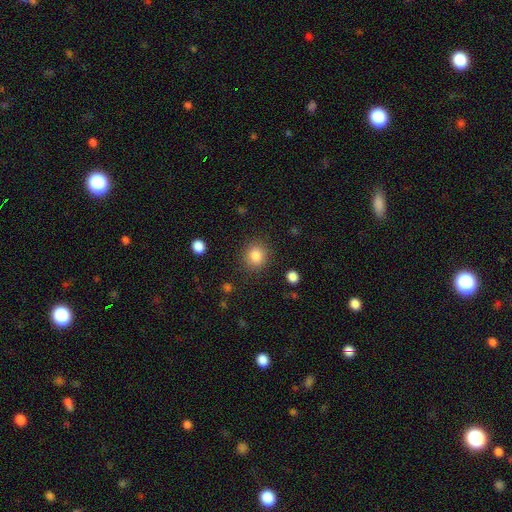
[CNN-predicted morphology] smooth-or-featured: smooth: 84% | star or artifact: 10% | featured or disk: 5%
  how-rounded: round: 82% | in between: 17% | cigar-shaped: 1%
  merging: none: 87% | minor disturbance: 8% | major disturbance: 4% | merger: 2%